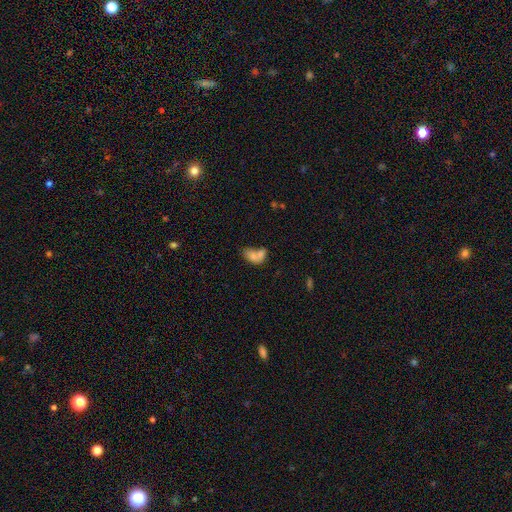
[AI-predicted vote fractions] smooth-or-featured: smooth: 71% | featured or disk: 19% | star or artifact: 10%
  how-rounded: in between: 82% | round: 15% | cigar-shaped: 3%
  merging: merger: 63% | none: 19% | minor disturbance: 9% | major disturbance: 9%